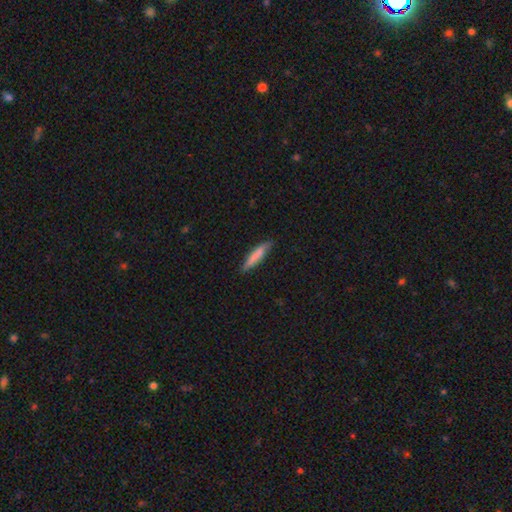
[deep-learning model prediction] Smooth or featured? Predicted: smooth (p=0.77). How rounded? Predicted: cigar-shaped (p=0.88). Merging? Predicted: none (p=0.83).